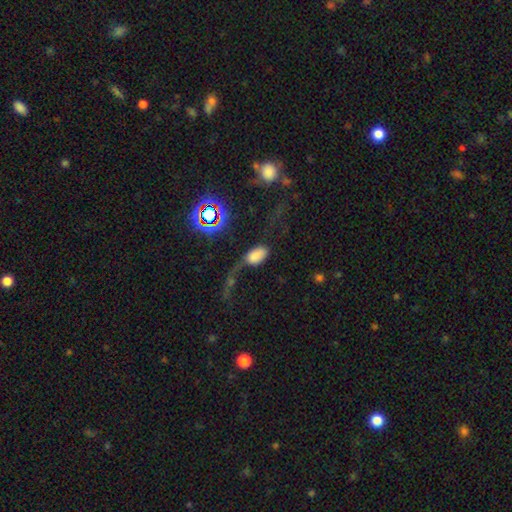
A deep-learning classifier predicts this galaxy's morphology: Smooth or featured?
  - smooth: 68% *
  - featured or disk: 17%
  - star or artifact: 15%
How rounded?
  - in between: 92% *
  - round: 6%
  - cigar-shaped: 2%
Merging?
  - major disturbance: 37% *
  - none: 31%
  - minor disturbance: 19%
  - merger: 12%